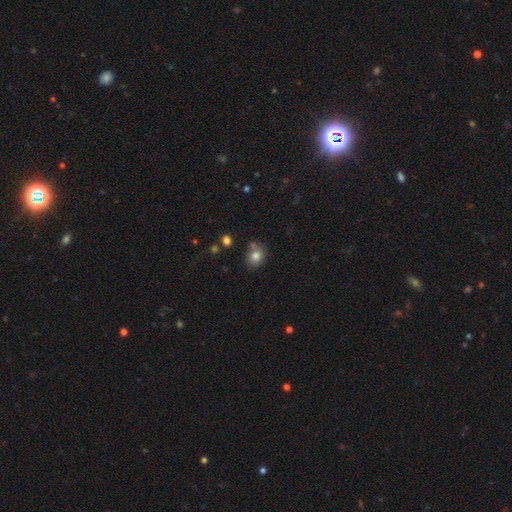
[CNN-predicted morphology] The model was most divided on "how rounded": round: 58%, in between: 41%, cigar-shaped: 1%. More confident: smooth or featured — smooth (81%); merging — none (63%).